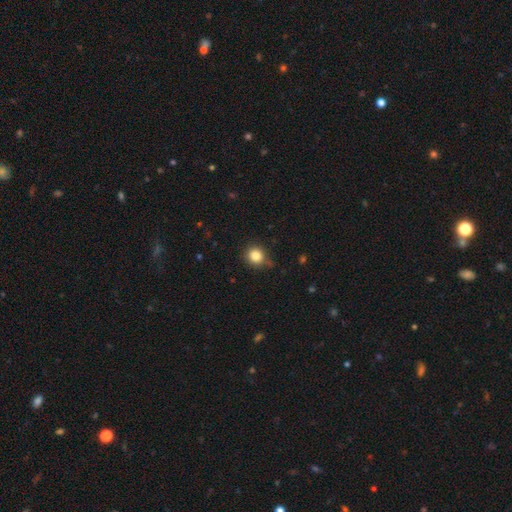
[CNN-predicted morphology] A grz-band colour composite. It shows a smooth galaxy with no disk features (84%) that is round (88%). Merging: none (78%).